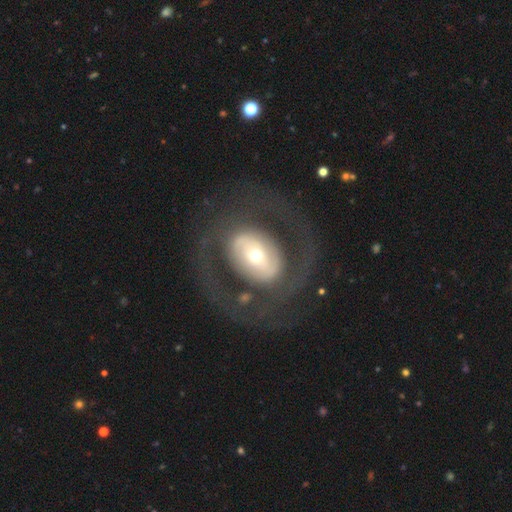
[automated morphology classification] smooth_or_featured: featured or disk (p=0.71) [alt: smooth p=0.23]
disk_edge_on: no (p=0.94) [alt: yes p=0.06]
bar: no (p=0.49) [alt: strong p=0.26]
has_spiral_arms: no (p=0.51) [alt: yes p=0.49]
bulge_size: moderate (p=0.49) [alt: small p=0.37]
merging: none (p=0.71) [alt: major disturbance p=0.17]